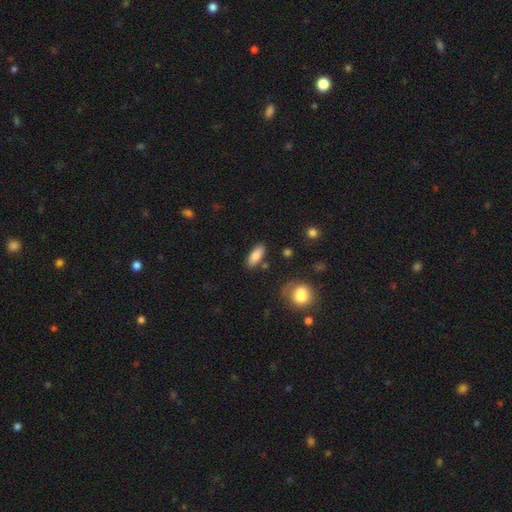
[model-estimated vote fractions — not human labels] Smooth or featured: smooth — 83% (featured or disk — 10%)
How rounded: in between — 75% (cigar-shaped — 22%)
Merging: none — 82% (minor disturbance — 11%)